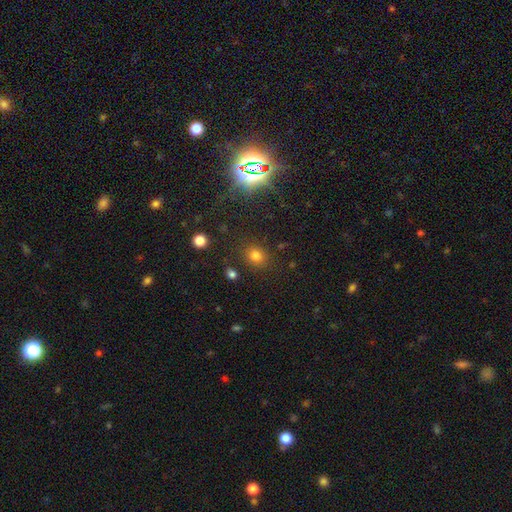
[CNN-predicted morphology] smooth_or_featured: smooth (p=0.76) [alt: star or artifact p=0.18]
how_rounded: round (p=0.70) [alt: in between p=0.28]
merging: none (p=0.83) [alt: minor disturbance p=0.10]